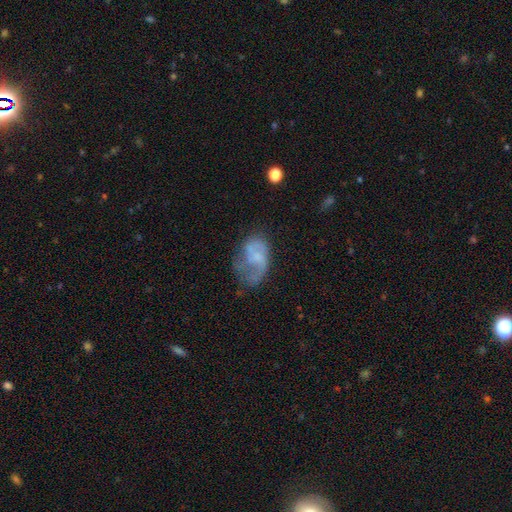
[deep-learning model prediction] The model was most divided on "merging": none: 37%, major disturbance: 32%, minor disturbance: 26%, merger: 5%. Remaining: edge-on disk — no (97%); spiral arms — yes (71%); bar — no (65%); smooth or featured — featured or disk (61%); bulge size — none (45%).